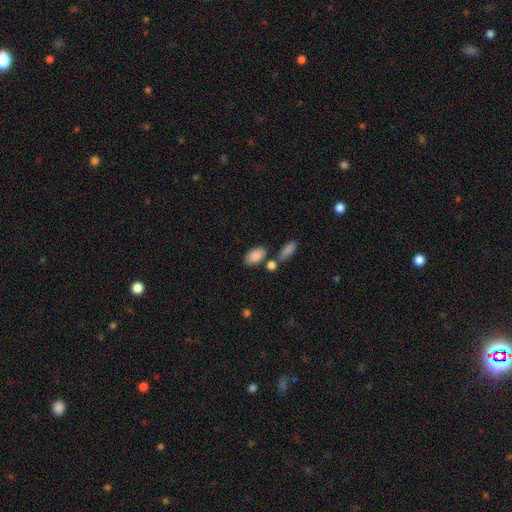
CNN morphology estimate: Smooth or featured? Predicted: smooth (p=0.87). How rounded? Predicted: in between (p=0.93). Merging? Predicted: none (p=0.65).